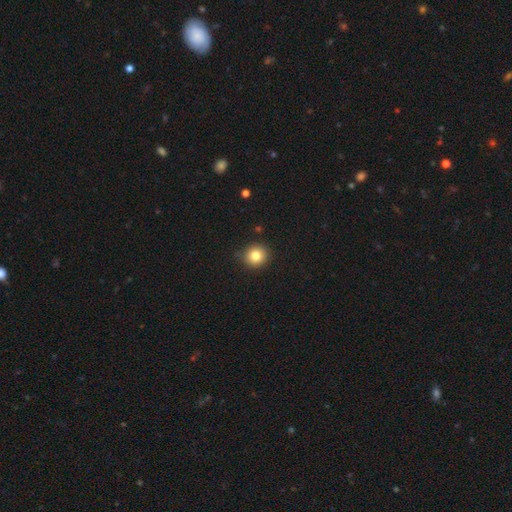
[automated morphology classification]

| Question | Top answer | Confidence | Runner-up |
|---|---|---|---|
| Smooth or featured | smooth | 82% | star or artifact (11%) |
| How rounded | round | 90% | in between (9%) |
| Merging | none | 87% | minor disturbance (10%) |